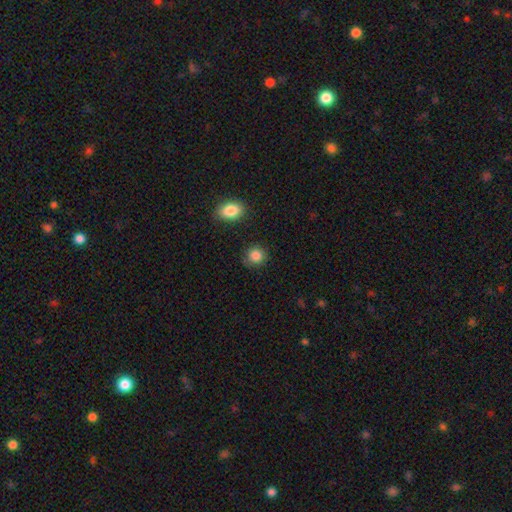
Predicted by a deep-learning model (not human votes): The model was most divided on "how rounded": round: 85%, in between: 14%, cigar-shaped: 1%. More confident: smooth or featured — smooth (87%); merging — none (84%).